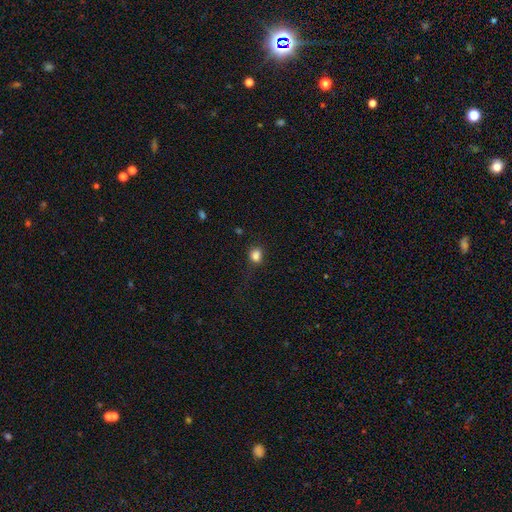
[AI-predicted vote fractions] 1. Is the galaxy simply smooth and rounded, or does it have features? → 83% smooth, 12% star or artifact, 5% featured or disk.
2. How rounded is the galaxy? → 64% round, 35% in between, 1% cigar-shaped.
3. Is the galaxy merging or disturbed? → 68% none, 20% minor disturbance, 8% major disturbance, 3% merger.